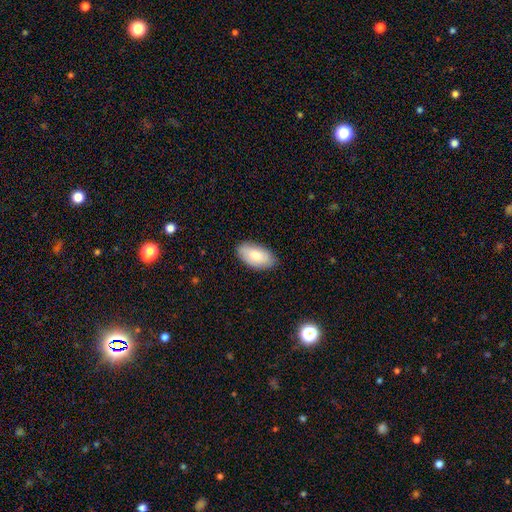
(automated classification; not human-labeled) A smooth galaxy with no disk features (81%) that is in between round and cigar-shaped (95%).

Vote fractions:
- Smooth or featured? smooth: 81% / featured or disk: 14% / star or artifact: 6%
- How rounded? in between: 95% / round: 3% / cigar-shaped: 2%
- Merging? none: 85% / minor disturbance: 12% / major disturbance: 2% / merger: 1%